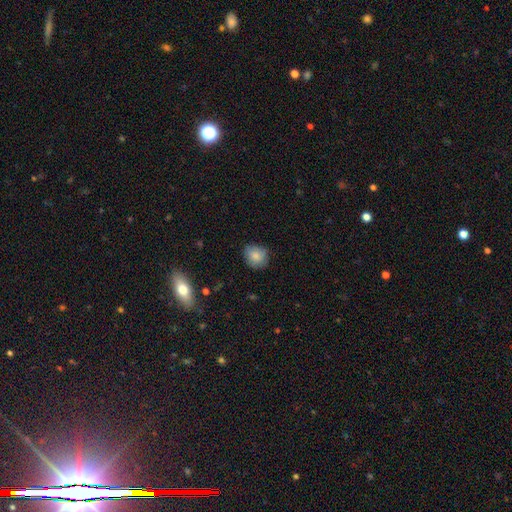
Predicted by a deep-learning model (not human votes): smooth-or-featured: smooth: 83% | featured or disk: 9% | star or artifact: 8%
  how-rounded: round: 74% | in between: 25% | cigar-shaped: 1%
  merging: none: 78% | minor disturbance: 18% | major disturbance: 3% | merger: 1%